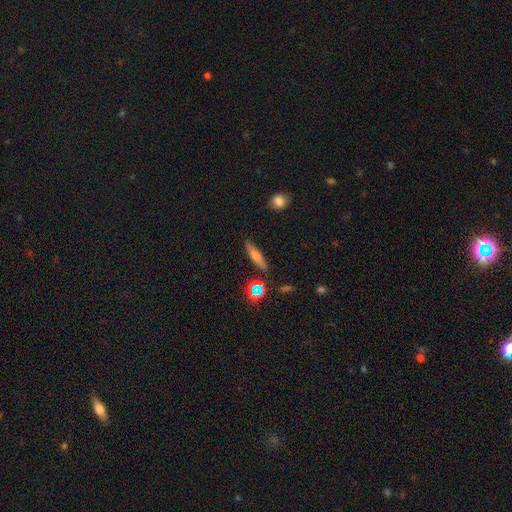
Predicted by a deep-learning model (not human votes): Smooth or featured?
  - smooth: 50% *
  - featured or disk: 39%
  - star or artifact: 11%
Merging?
  - none: 85% *
  - minor disturbance: 10%
  - merger: 3%
  - major disturbance: 2%